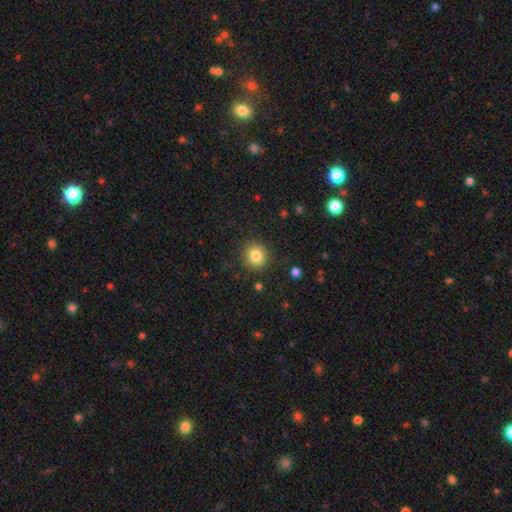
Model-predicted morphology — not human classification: Q: Smooth or featured?
A: smooth (83%); runner-up: star or artifact (10%)
Q: How rounded?
A: round (89%); runner-up: in between (10%)
Q: Merging?
A: none (88%); runner-up: minor disturbance (8%)